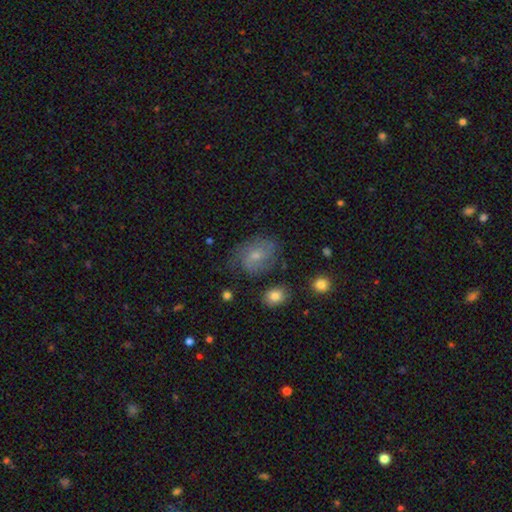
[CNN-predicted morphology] Q: Smooth or featured?
A: featured or disk (47%); runner-up: smooth (44%)
Q: Merging?
A: none (58%); runner-up: minor disturbance (26%)